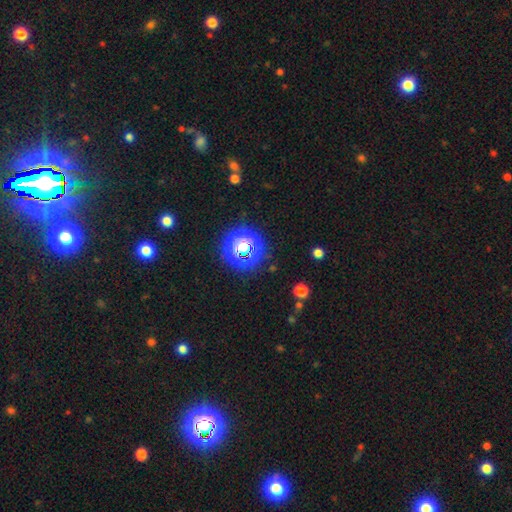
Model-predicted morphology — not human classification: Q: Smooth or featured?
A: star or artifact (60%); runner-up: smooth (33%)